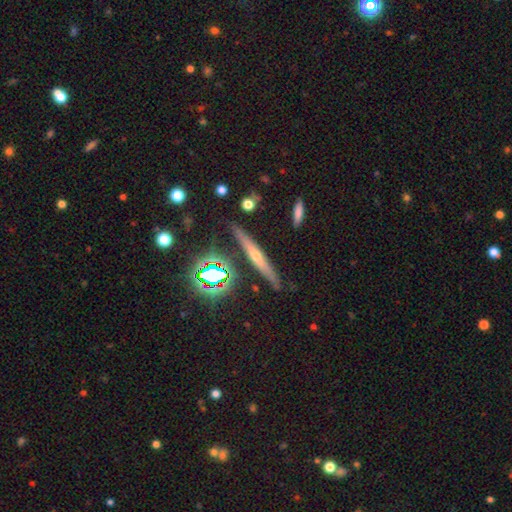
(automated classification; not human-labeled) Smooth or featured?
  - featured or disk: 53% *
  - smooth: 32%
  - star or artifact: 15%
Edge-on disk?
  - yes: 92% *
  - no: 8%
Merging?
  - none: 85% *
  - minor disturbance: 10%
  - merger: 3%
  - major disturbance: 2%